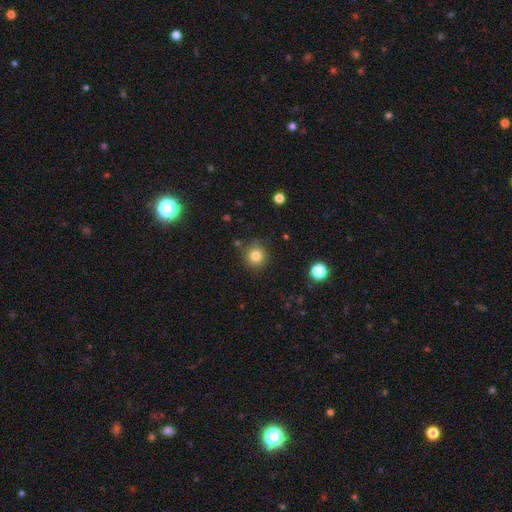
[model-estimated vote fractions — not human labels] Smooth or featured? smooth (82%)
How rounded? round (93%)
Merging? none (87%)